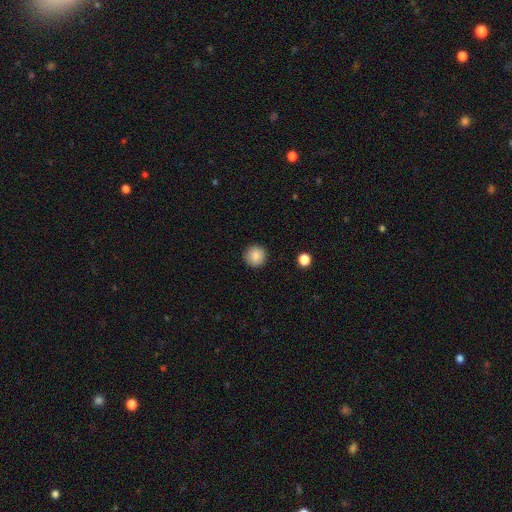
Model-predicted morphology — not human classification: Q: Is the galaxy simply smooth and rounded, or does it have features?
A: smooth — 87%.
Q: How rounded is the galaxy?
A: round — 95%.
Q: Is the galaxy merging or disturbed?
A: none — 92%.